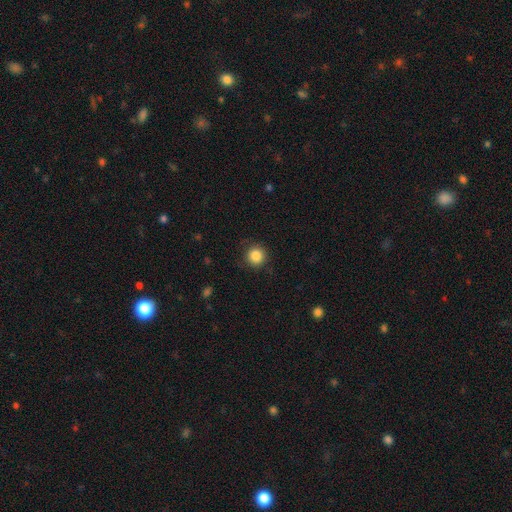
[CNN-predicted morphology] A smooth galaxy with no disk features (86%) that is round (94%). Merging: none (87%).